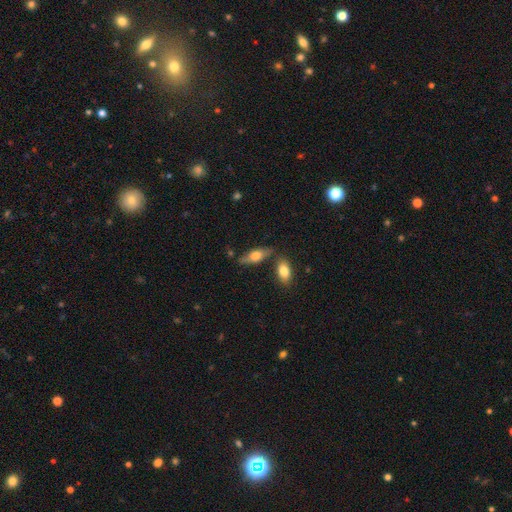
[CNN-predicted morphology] smooth_or_featured: smooth (p=0.53) [alt: featured or disk p=0.41]
how_rounded: in between (p=0.62) [alt: cigar-shaped p=0.34]
merging: none (p=0.71) [alt: minor disturbance p=0.14]